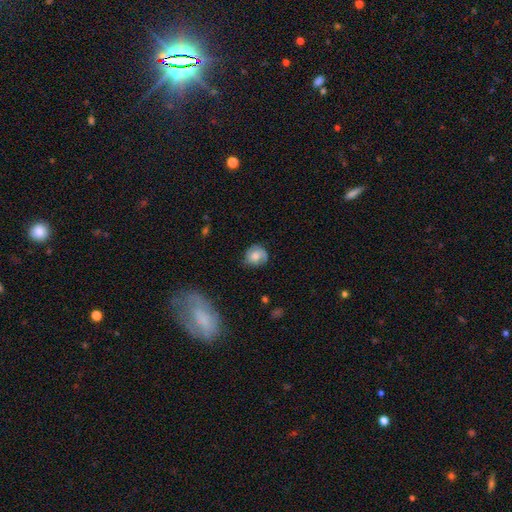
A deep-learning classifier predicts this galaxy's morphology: The model was most divided on "smooth or featured": smooth: 53%, featured or disk: 39%, star or artifact: 8%. More confident: how rounded — round (75%); merging — none (64%).